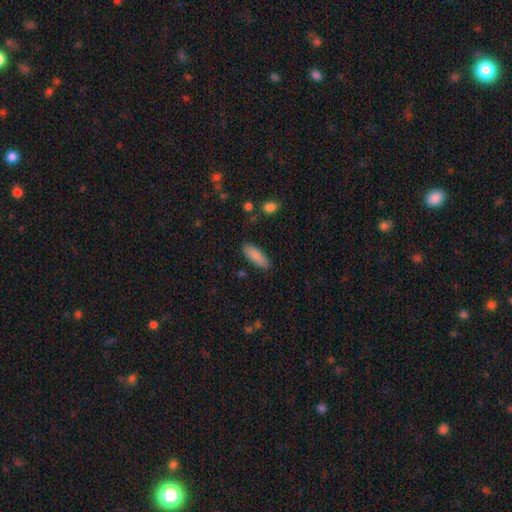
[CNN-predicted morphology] type=smooth (87%); roundness=in between (58%); merging=none (86%).